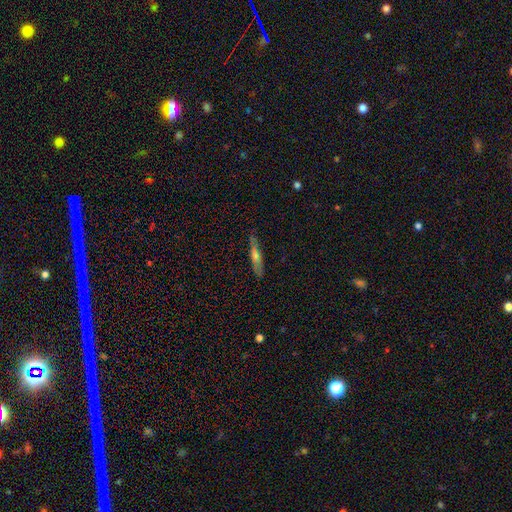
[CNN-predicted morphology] featured or disk 55%, smooth 37%, star or artifact 8%. Down the decision tree: edge-on disk — yes (90%); merging — none (84%).